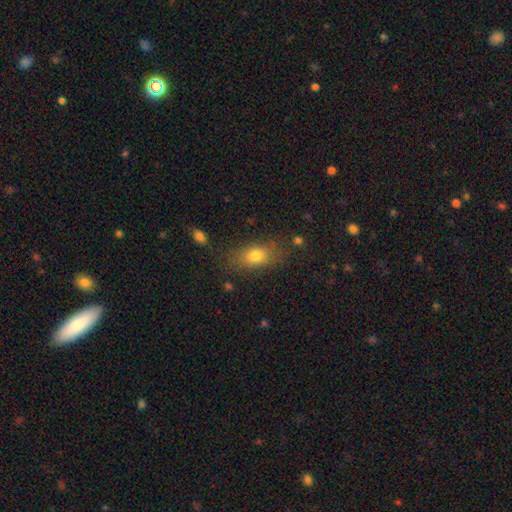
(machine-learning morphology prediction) smooth-or-featured: smooth: 77% | featured or disk: 12% | star or artifact: 11%
  how-rounded: in between: 78% | round: 15% | cigar-shaped: 7%
  merging: none: 76% | minor disturbance: 15% | major disturbance: 6% | merger: 3%